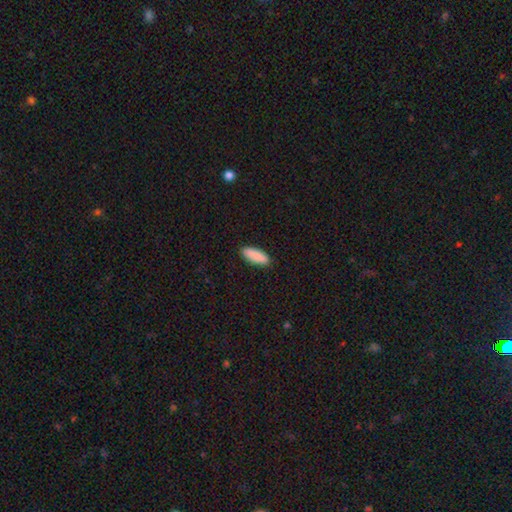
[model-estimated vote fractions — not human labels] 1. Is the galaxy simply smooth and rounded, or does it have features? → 90% smooth, 6% star or artifact, 4% featured or disk.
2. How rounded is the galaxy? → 69% in between, 29% cigar-shaped, 2% round.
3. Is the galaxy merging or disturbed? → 90% none, 7% minor disturbance, 2% major disturbance, 1% merger.